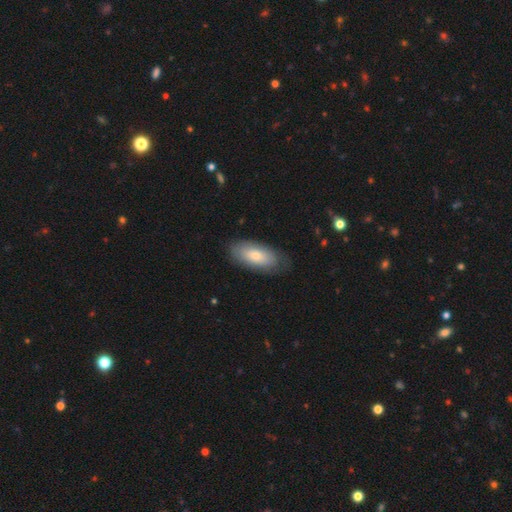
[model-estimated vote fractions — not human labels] Smooth or featured: smooth — 73% (featured or disk — 22%)
How rounded: in between — 90% (cigar-shaped — 7%)
Merging: none — 77% (minor disturbance — 17%)